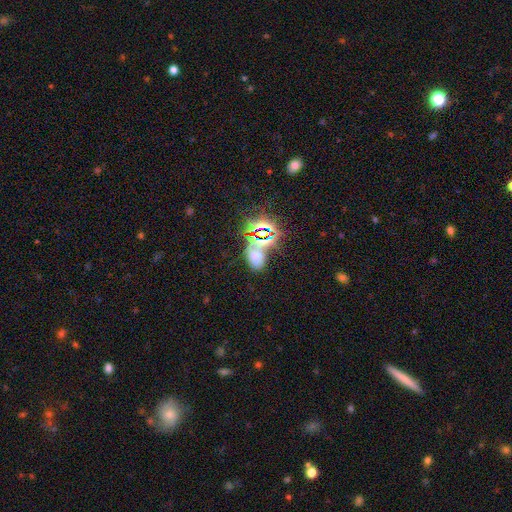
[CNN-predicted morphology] smooth_or_featured: star or artifact (p=0.49) [alt: smooth p=0.39]